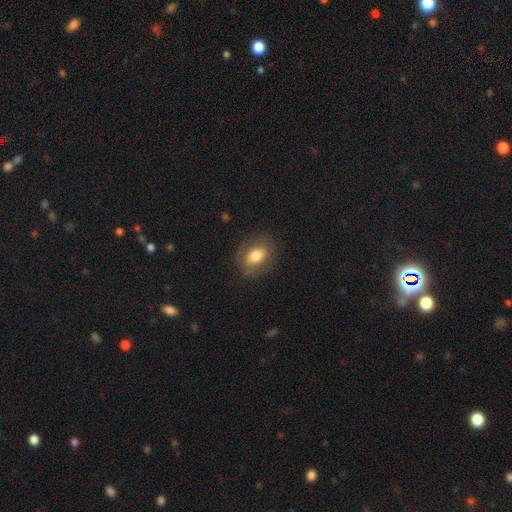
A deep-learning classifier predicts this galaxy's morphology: A smooth galaxy with no disk features (74%) that is in between round and cigar-shaped (72%).

Vote fractions:
- Smooth or featured? smooth: 74% / featured or disk: 18% / star or artifact: 8%
- How rounded? in between: 72% / round: 26% / cigar-shaped: 2%
- Merging? none: 80% / minor disturbance: 14% / major disturbance: 5% / merger: 1%